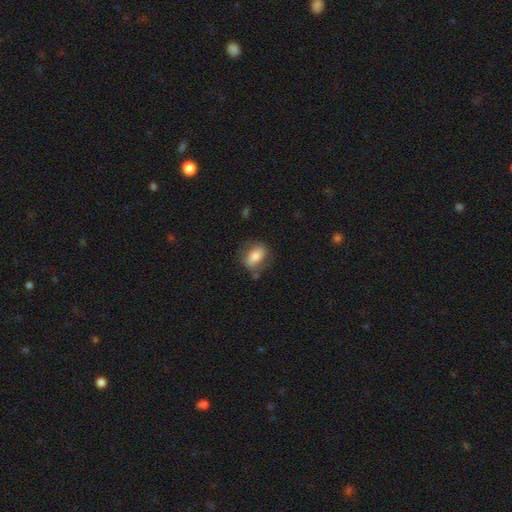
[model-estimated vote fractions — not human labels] Smooth or featured? smooth (72%)
How rounded? in between (81%)
Merging? none (68%)